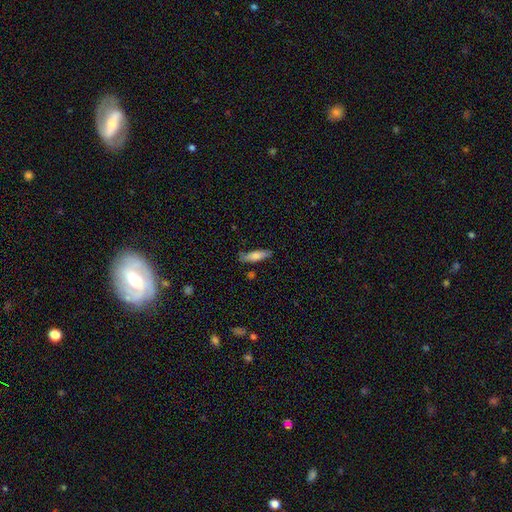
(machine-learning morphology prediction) This appears to be a smooth galaxy with no disk features (76%) that is cigar-shaped (64%). Merging: none (77%).